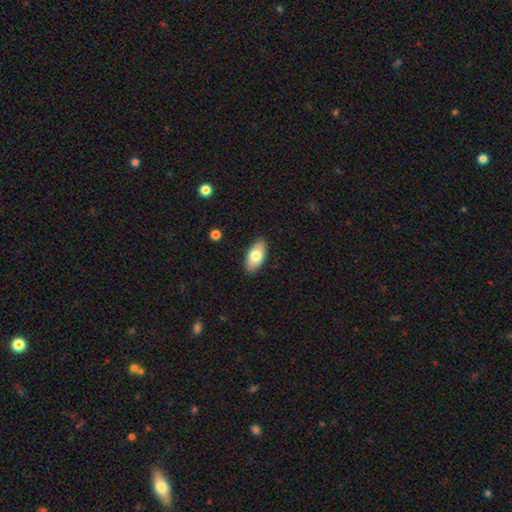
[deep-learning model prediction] Q: Smooth or featured?
A: smooth (77%); runner-up: featured or disk (17%)
Q: How rounded?
A: in between (93%); runner-up: cigar-shaped (4%)
Q: Merging?
A: none (88%); runner-up: minor disturbance (9%)